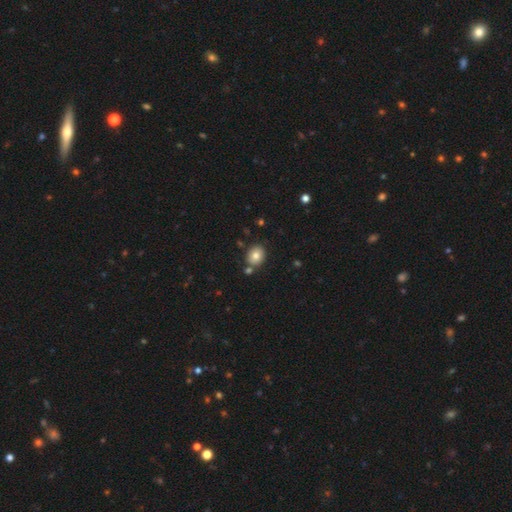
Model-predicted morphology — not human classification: smooth_or_featured: smooth (p=0.81) [alt: star or artifact p=0.10]
how_rounded: round (p=0.58) [alt: in between p=0.41]
merging: none (p=0.76) [alt: merger p=0.11]